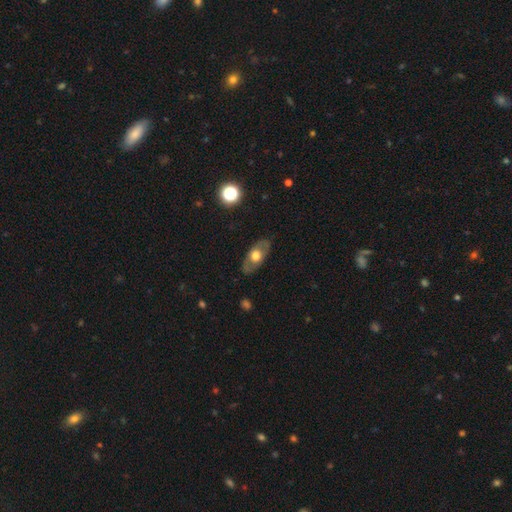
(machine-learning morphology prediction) type=smooth (47%); merging=none (80%).